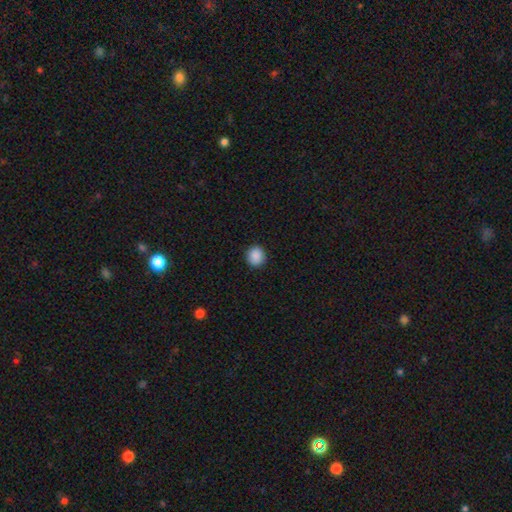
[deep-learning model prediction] A smooth galaxy with no disk features (89%) that is round (85%).

Vote fractions:
- Smooth or featured? smooth: 89% / star or artifact: 8% / featured or disk: 3%
- How rounded? round: 85% / in between: 14% / cigar-shaped: 1%
- Merging? none: 90% / minor disturbance: 7% / major disturbance: 2% / merger: 1%